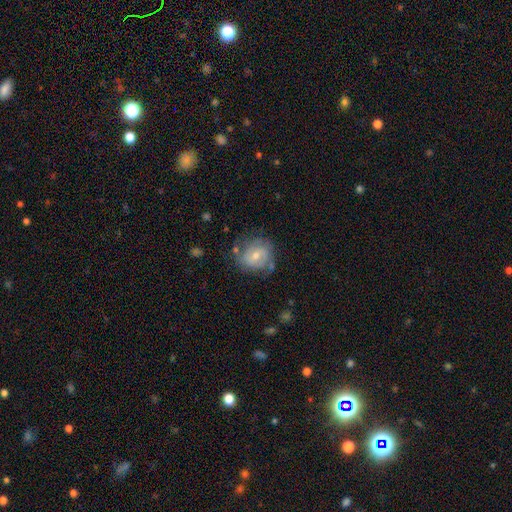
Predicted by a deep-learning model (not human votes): The model was most divided on "bar": no: 52%, weak: 40%, strong: 8%. Remaining: edge-on disk — no (97%); spiral arms — yes (82%); smooth or featured — featured or disk (64%); merging — none (60%); spiral arm count — 2 (58%); bulge size — moderate (54%); spiral winding — tight (49%).